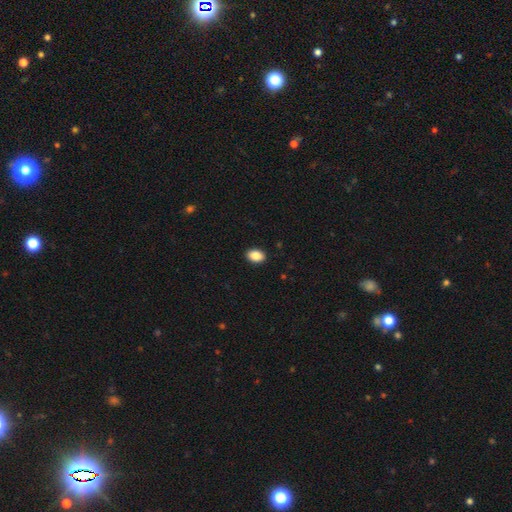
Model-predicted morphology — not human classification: Smooth or featured?
  - smooth: 88% *
  - star or artifact: 8%
  - featured or disk: 4%
How rounded?
  - in between: 81% *
  - round: 18%
  - cigar-shaped: 1%
Merging?
  - none: 91% *
  - minor disturbance: 6%
  - major disturbance: 2%
  - merger: 1%